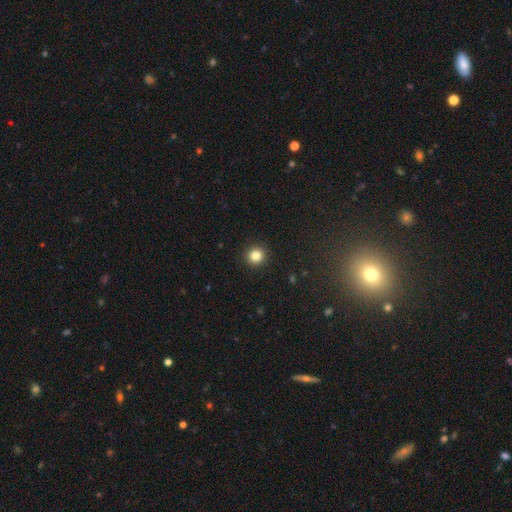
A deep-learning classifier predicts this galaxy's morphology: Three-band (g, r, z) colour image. It shows a smooth galaxy with no disk features (83%) that is round (95%). Merging: none (93%).